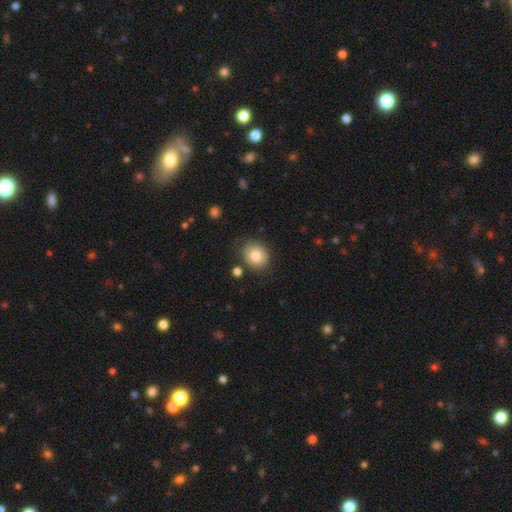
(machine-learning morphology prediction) Smooth or featured? Predicted: smooth (p=0.81). How rounded? Predicted: round (p=0.60). Merging? Predicted: none (p=0.82).